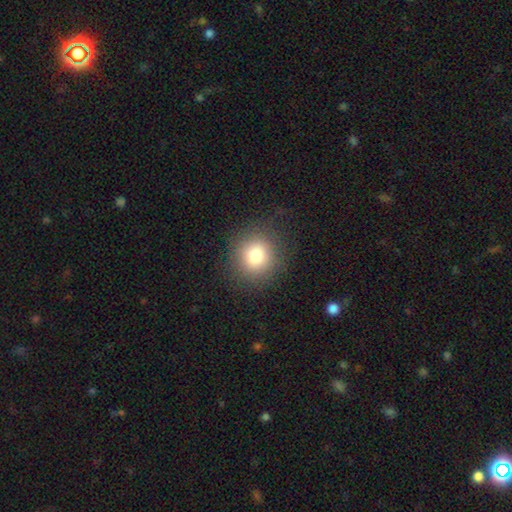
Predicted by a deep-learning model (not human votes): smooth-or-featured: smooth: 80% | star or artifact: 12% | featured or disk: 8%
  how-rounded: round: 87% | in between: 12% | cigar-shaped: 1%
  merging: none: 86% | minor disturbance: 9% | major disturbance: 4% | merger: 1%